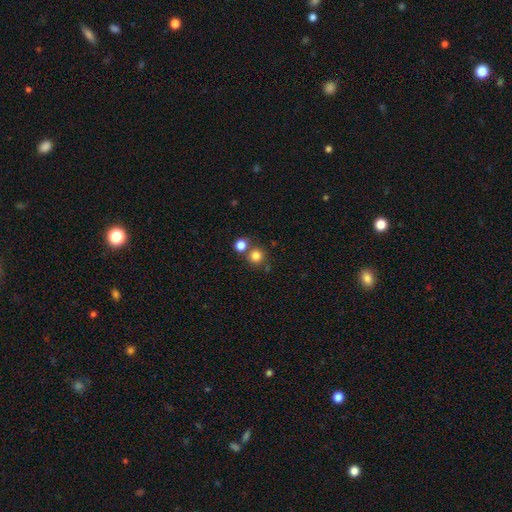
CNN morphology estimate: Smooth or featured?
  - smooth: 81% *
  - star or artifact: 13%
  - featured or disk: 6%
How rounded?
  - round: 93% *
  - in between: 7%
  - cigar-shaped: 1%
Merging?
  - none: 68% *
  - merger: 22%
  - minor disturbance: 7%
  - major disturbance: 3%